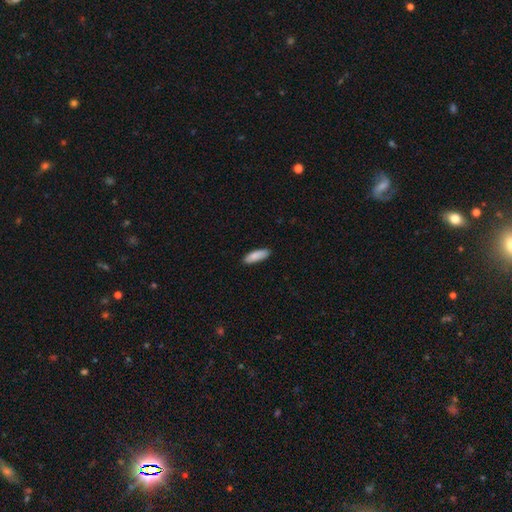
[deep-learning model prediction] Smooth or featured? Predicted: smooth (p=0.87). How rounded? Predicted: in between (p=0.60). Merging? Predicted: none (p=0.87).